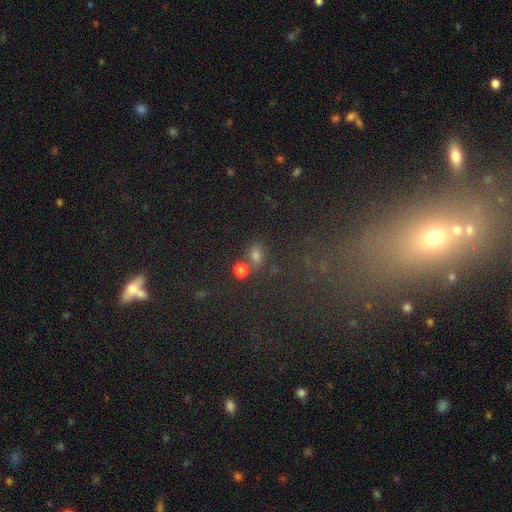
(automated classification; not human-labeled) smooth-or-featured: smooth: 64% | star or artifact: 25% | featured or disk: 11%
  how-rounded: in between: 63% | round: 35% | cigar-shaped: 2%
  merging: none: 62% | merger: 19% | minor disturbance: 13% | major disturbance: 6%